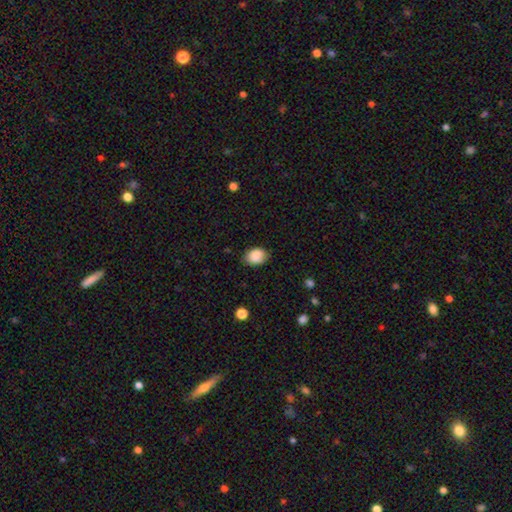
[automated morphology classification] Smooth or featured? smooth (89%)
How rounded? in between (74%)
Merging? none (82%)